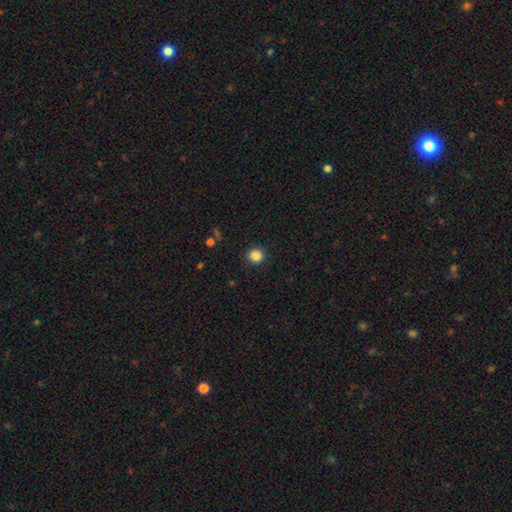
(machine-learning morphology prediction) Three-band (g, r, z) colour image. It shows a smooth galaxy with no disk features (86%) that is round (92%). Merging: none (92%).